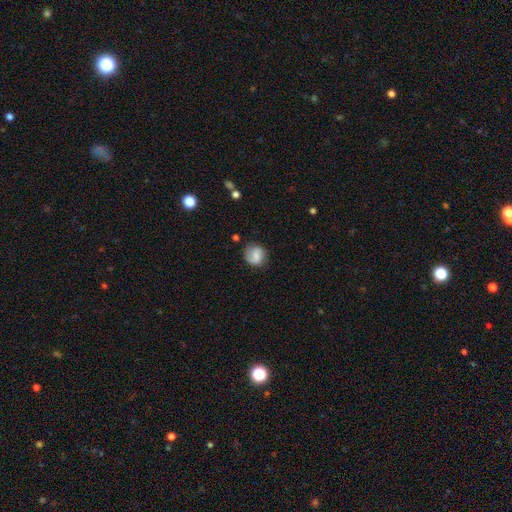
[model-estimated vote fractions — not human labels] smooth 57%, featured or disk 34%, star or artifact 9%. Down the decision tree: how rounded — round (79%); merging — none (68%).